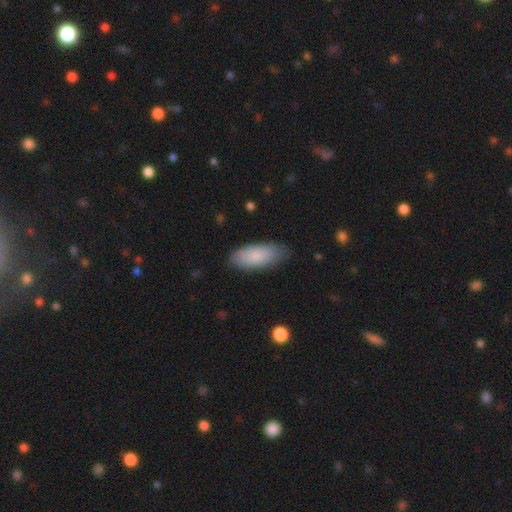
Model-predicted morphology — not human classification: smooth 84%, featured or disk 11%, star or artifact 6%. Down the decision tree: how rounded — in between (84%); merging — none (80%).